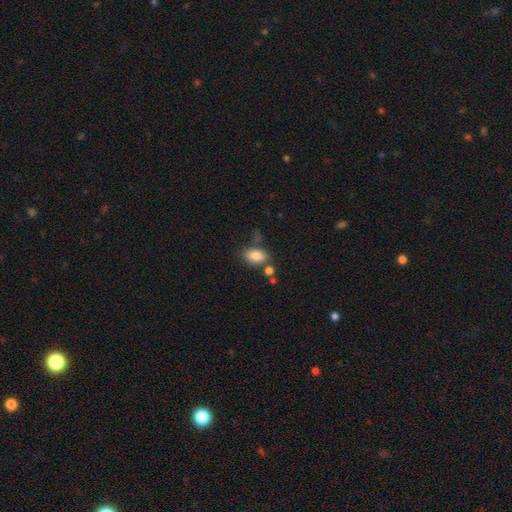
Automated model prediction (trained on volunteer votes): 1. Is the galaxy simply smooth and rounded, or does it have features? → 83% smooth, 9% star or artifact, 8% featured or disk.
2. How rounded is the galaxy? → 88% in between, 10% round, 2% cigar-shaped.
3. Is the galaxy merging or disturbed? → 69% none, 15% minor disturbance, 12% merger, 4% major disturbance.